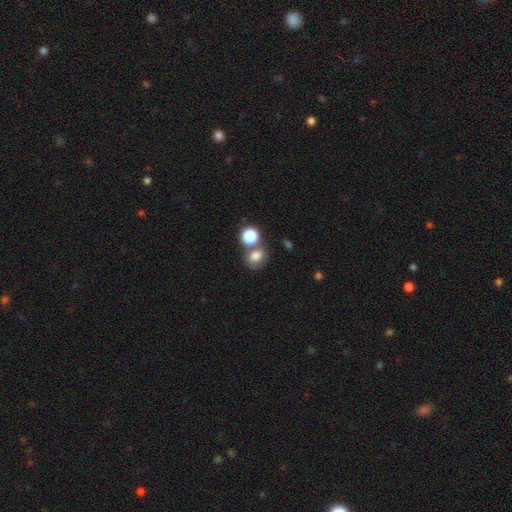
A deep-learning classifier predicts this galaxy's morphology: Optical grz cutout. It shows a smooth galaxy with no disk features (75%) that is round (58%). Merging: none (51%).